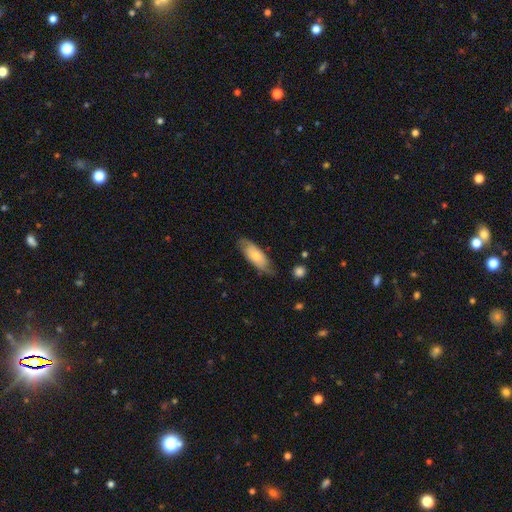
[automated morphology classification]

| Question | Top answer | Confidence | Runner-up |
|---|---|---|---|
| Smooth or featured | smooth | 62% | featured or disk (32%) |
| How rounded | in between | 74% | cigar-shaped (24%) |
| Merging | none | 67% | minor disturbance (25%) |